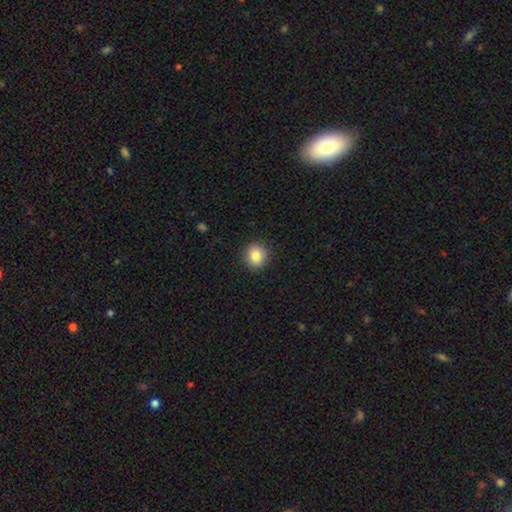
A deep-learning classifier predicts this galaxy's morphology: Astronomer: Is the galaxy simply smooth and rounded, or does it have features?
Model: smooth — 84%.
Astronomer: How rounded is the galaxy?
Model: round — 85%.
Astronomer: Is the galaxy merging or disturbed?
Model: none — 91%.